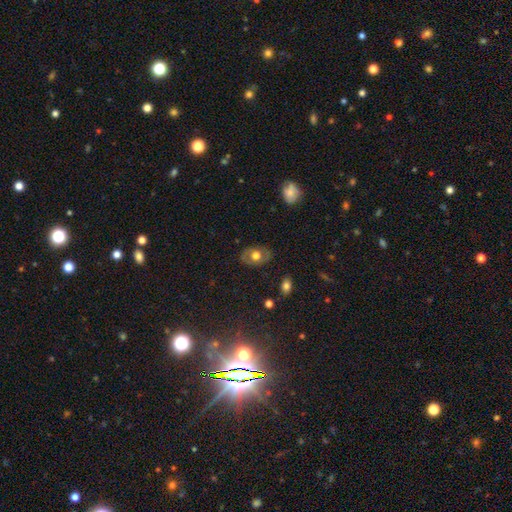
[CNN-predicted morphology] This is possibly a smooth galaxy (53%). How rounded: likely in between (71%). Merging: clearly none (80%).